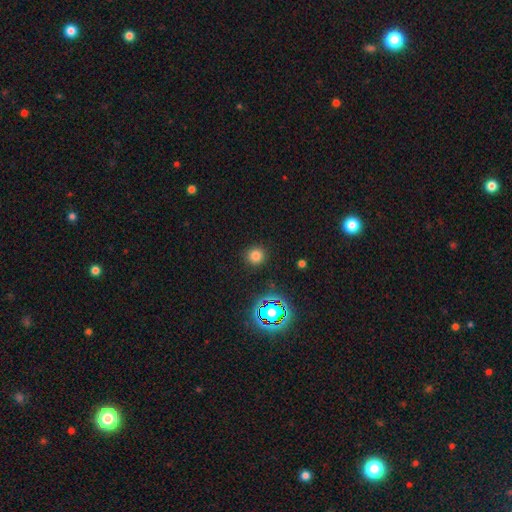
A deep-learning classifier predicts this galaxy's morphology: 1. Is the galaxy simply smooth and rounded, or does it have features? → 75% smooth, 19% star or artifact, 6% featured or disk.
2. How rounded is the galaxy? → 92% round, 7% in between, 1% cigar-shaped.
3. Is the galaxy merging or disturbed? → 90% none, 7% minor disturbance, 3% major disturbance, 1% merger.